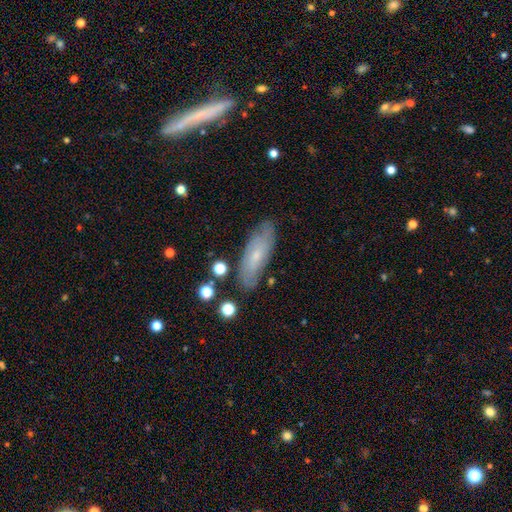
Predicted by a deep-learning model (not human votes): Smooth or featured?
  - smooth: 47% *
  - featured or disk: 45%
  - star or artifact: 8%
Merging?
  - none: 79% *
  - minor disturbance: 15%
  - major disturbance: 3%
  - merger: 2%